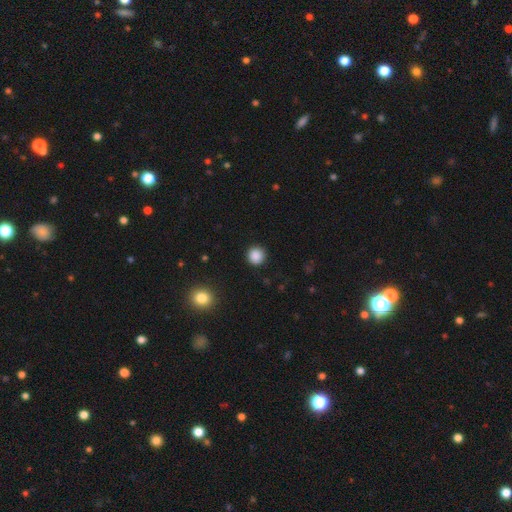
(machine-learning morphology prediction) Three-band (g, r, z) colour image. It shows a smooth galaxy with no disk features (87%) that is round (95%). Merging: none (92%).